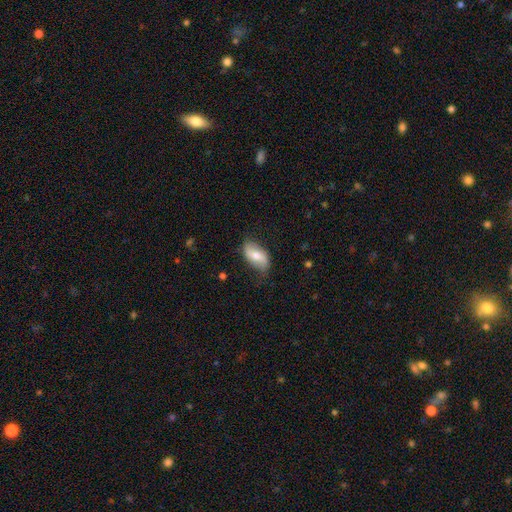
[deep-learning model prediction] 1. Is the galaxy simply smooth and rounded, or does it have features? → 52% smooth, 41% featured or disk, 6% star or artifact.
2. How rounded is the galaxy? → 91% in between, 5% round, 4% cigar-shaped.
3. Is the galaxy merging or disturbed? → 68% none, 24% minor disturbance, 6% major disturbance, 1% merger.